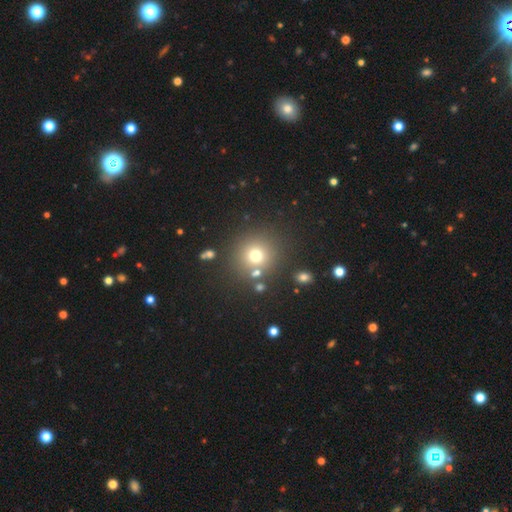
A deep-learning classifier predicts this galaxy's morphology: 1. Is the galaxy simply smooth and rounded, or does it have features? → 71% smooth, 19% star or artifact, 10% featured or disk.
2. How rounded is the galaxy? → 92% round, 7% in between, 1% cigar-shaped.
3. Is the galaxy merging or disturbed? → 80% none, 8% merger, 8% minor disturbance, 4% major disturbance.